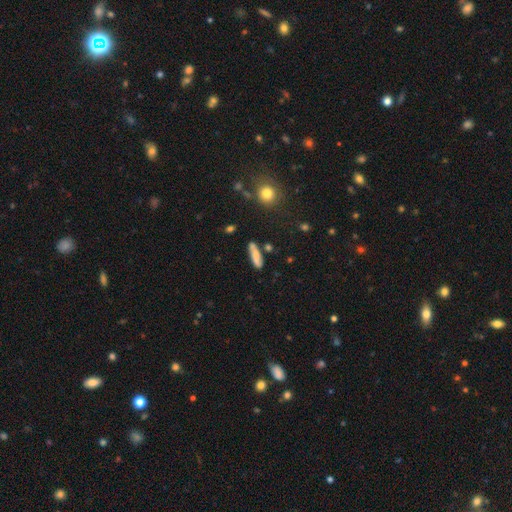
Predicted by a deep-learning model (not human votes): Smooth or featured: smooth — 72% (featured or disk — 20%)
How rounded: cigar-shaped — 68% (in between — 29%)
Merging: none — 71% (minor disturbance — 17%)